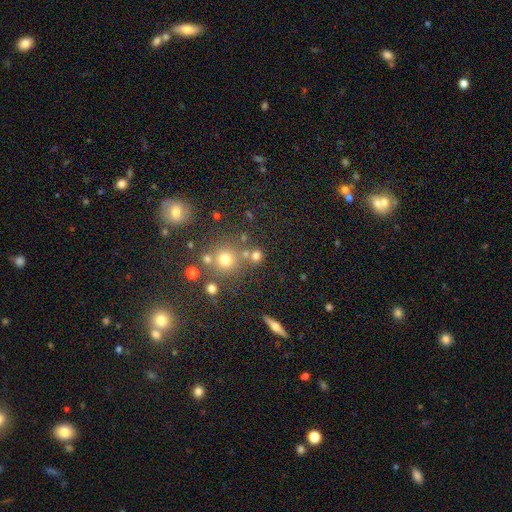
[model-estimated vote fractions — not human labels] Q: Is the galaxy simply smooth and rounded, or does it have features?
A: smooth — 70%.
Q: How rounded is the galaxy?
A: round — 86%.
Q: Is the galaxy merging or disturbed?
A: none — 71%.